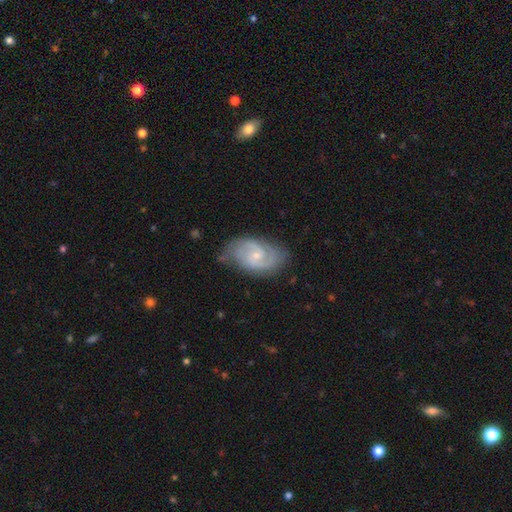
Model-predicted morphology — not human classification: Smooth or featured?
  - featured or disk: 86% *
  - smooth: 9%
  - star or artifact: 5%
Edge-on disk?
  - no: 97% *
  - yes: 3%
Bar?
  - no: 53% *
  - weak: 41%
  - strong: 6%
Spiral arms?
  - yes: 97% *
  - no: 3%
Spiral winding?
  - medium: 51% *
  - tight: 37%
  - loose: 12%
Spiral arm count?
  - 2: 83% *
  - can't tell: 7%
  - 3: 5%
  - 1: 2%
  - 4: 2%
  - more than 4: 1%
Bulge size?
  - small: 68% *
  - moderate: 28%
  - none: 3%
  - large: 1%
  - dominant: 1%
Merging?
  - none: 73% *
  - minor disturbance: 20%
  - major disturbance: 5%
  - merger: 2%